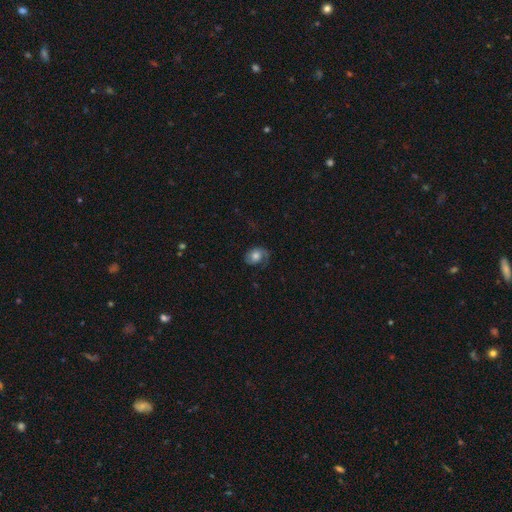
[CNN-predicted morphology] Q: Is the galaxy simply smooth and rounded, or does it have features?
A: featured or disk — 49%.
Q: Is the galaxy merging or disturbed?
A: none — 58%.